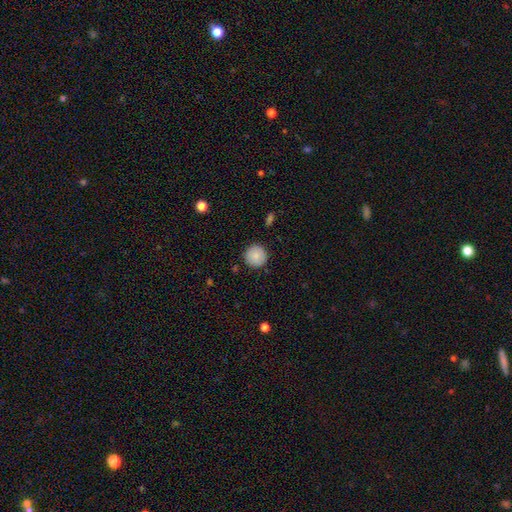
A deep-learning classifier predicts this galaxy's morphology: A smooth galaxy with no disk features (87%) that is round (95%).

Vote fractions:
- Smooth or featured? smooth: 87% / star or artifact: 7% / featured or disk: 6%
- How rounded? round: 95% / in between: 4% / cigar-shaped: 1%
- Merging? none: 90% / minor disturbance: 7% / major disturbance: 2% / merger: 1%